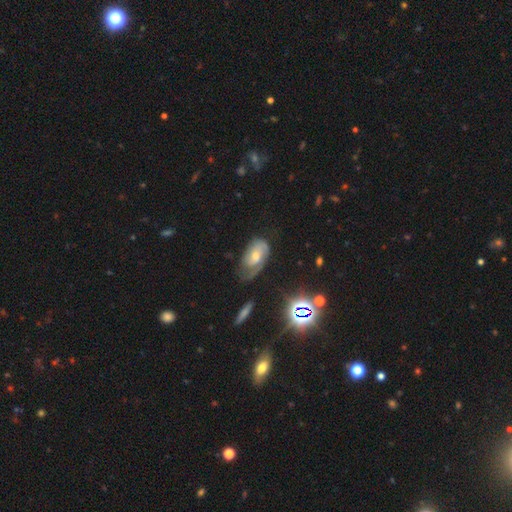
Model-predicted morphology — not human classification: The model was most divided on "spiral arm count": 2: 37%, can't tell: 28%, 1: 25%, 3: 6%, 4: 2%, more than 4: 2%. Remaining: edge-on disk — no (95%); spiral arms — yes (85%); bar — no (64%); smooth or featured — featured or disk (64%); bulge size — moderate (51%); spiral winding — tight (48%); merging — none (41%).